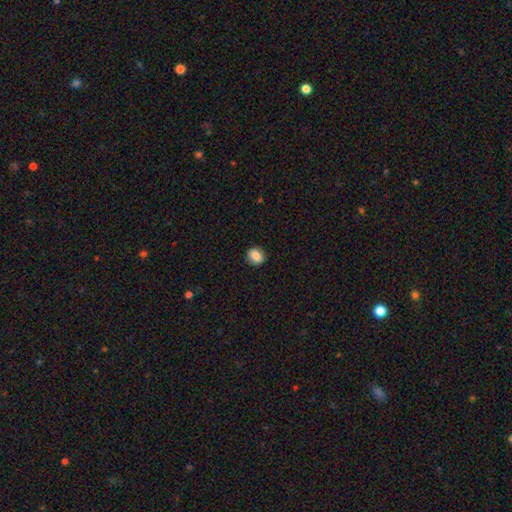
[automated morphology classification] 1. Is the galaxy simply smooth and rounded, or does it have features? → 85% smooth, 9% star or artifact, 6% featured or disk.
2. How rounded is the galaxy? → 70% round, 29% in between, 1% cigar-shaped.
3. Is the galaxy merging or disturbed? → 90% none, 7% minor disturbance, 2% major disturbance, 1% merger.